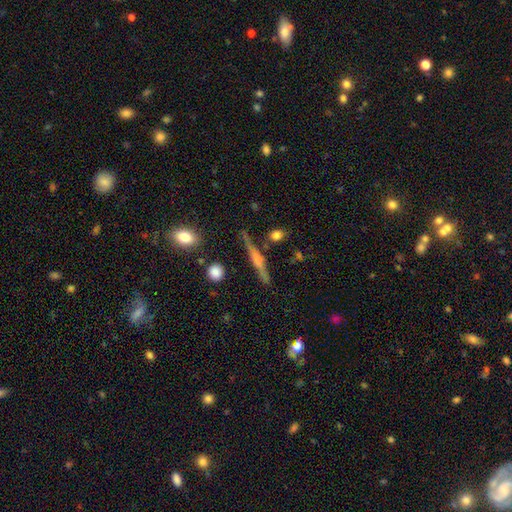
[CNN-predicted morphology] featured or disk 67%, smooth 24%, star or artifact 9%. Down the decision tree: edge-on disk — yes (97%); edge-on bulge — rounded (51%); merging — none (85%).